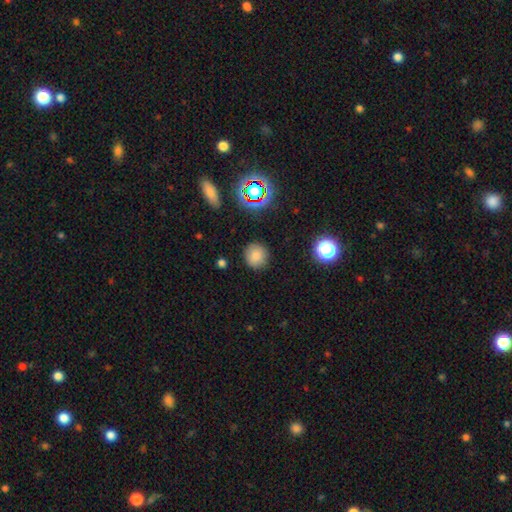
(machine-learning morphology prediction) Smooth or featured? smooth (80%)
How rounded? round (90%)
Merging? none (88%)